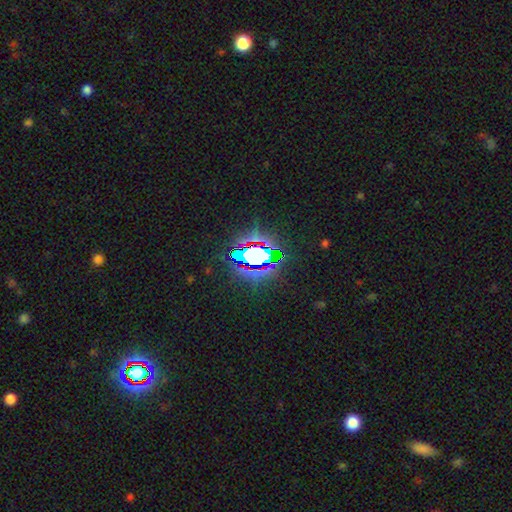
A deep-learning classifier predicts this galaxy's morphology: This appears to be a star or artifact, not a galaxy (73%).